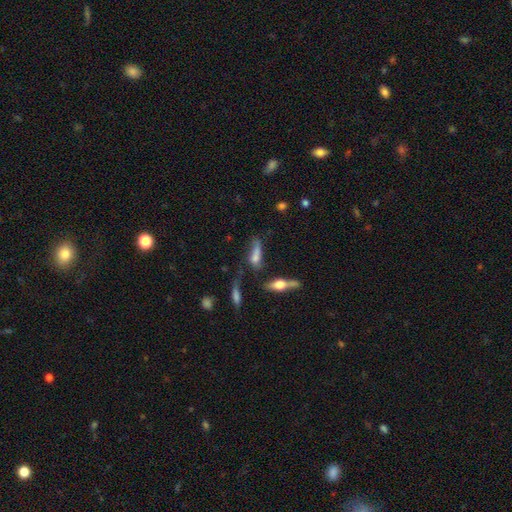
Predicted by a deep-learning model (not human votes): Smooth or featured?
  - smooth: 56% *
  - featured or disk: 32%
  - star or artifact: 12%
How rounded?
  - in between: 50% *
  - cigar-shaped: 45%
  - round: 5%
Merging?
  - none: 31% *
  - major disturbance: 24%
  - minor disturbance: 22%
  - merger: 22%